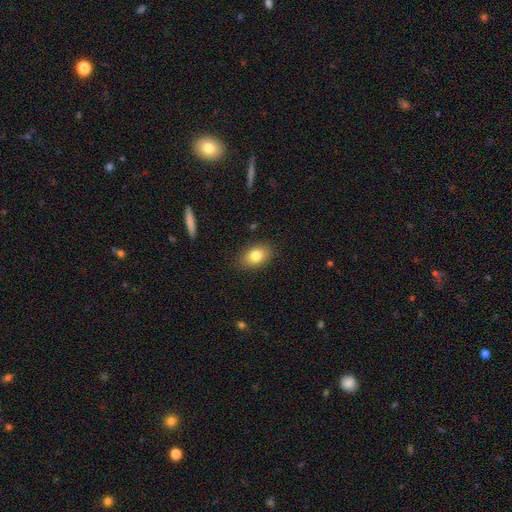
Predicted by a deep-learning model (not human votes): A smooth galaxy with no disk features (81%) that is in between round and cigar-shaped (84%).

Vote fractions:
- Smooth or featured? smooth: 81% / featured or disk: 11% / star or artifact: 8%
- How rounded? in between: 84% / round: 14% / cigar-shaped: 2%
- Merging? none: 86% / minor disturbance: 10% / major disturbance: 3% / merger: 1%